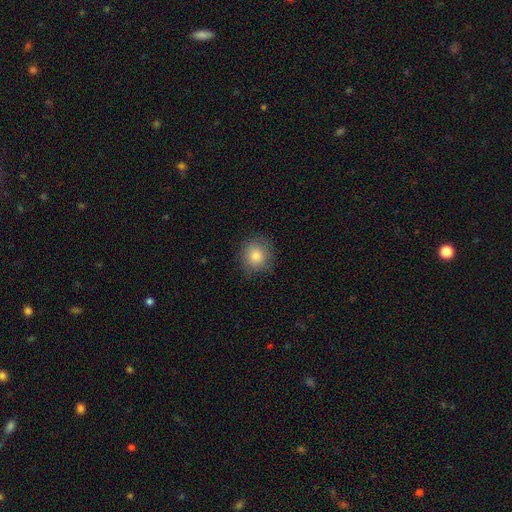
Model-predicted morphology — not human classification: This appears to be a smooth galaxy with no disk features (82%) that is round (86%). Merging: none (84%).